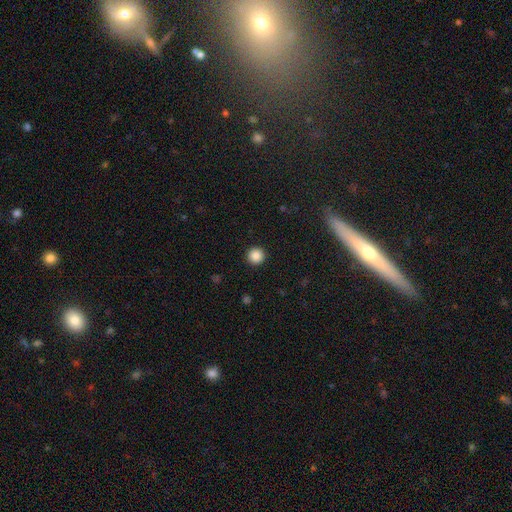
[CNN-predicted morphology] type=smooth (87%); roundness=round (96%); merging=none (93%).